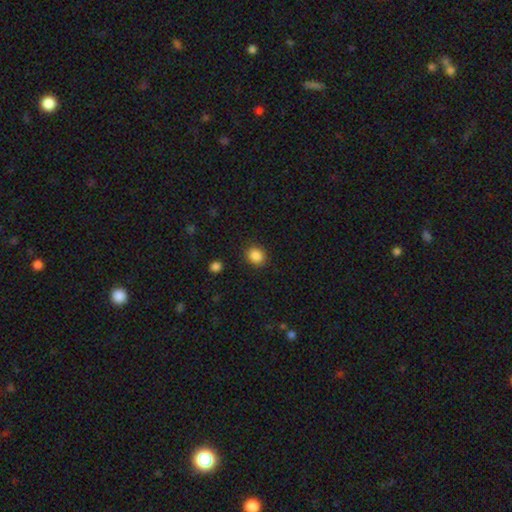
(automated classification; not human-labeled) This appears to be a smooth galaxy with no disk features (87%) that is round (74%). Merging: none (88%).